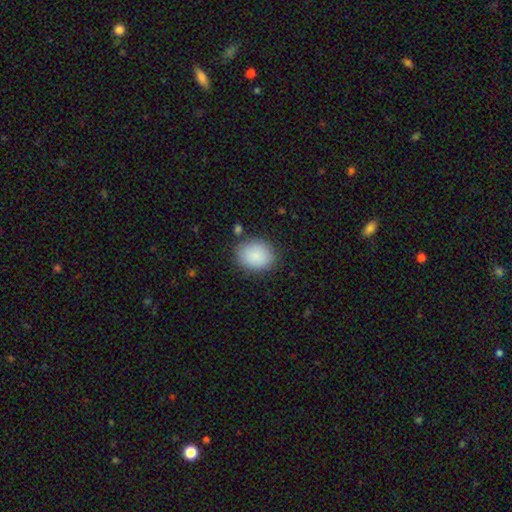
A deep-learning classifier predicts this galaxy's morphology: Smooth or featured?
  - smooth: 87% *
  - star or artifact: 7%
  - featured or disk: 6%
How rounded?
  - round: 50% *
  - in between: 49%
  - cigar-shaped: 1%
Merging?
  - none: 81% *
  - minor disturbance: 13%
  - major disturbance: 4%
  - merger: 3%